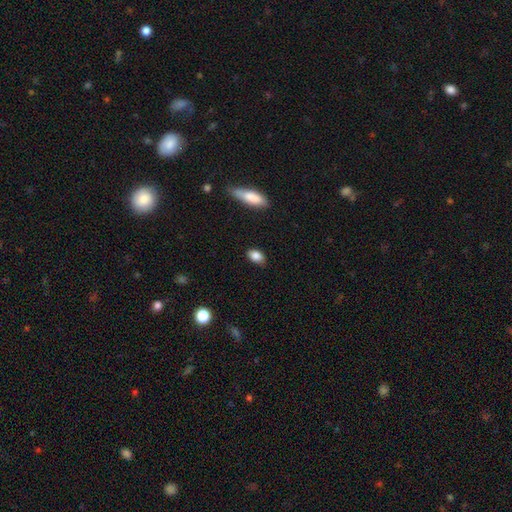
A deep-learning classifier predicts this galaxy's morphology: Overall: smooth (86%). How rounded: in between (84%). Merging: none (79%).